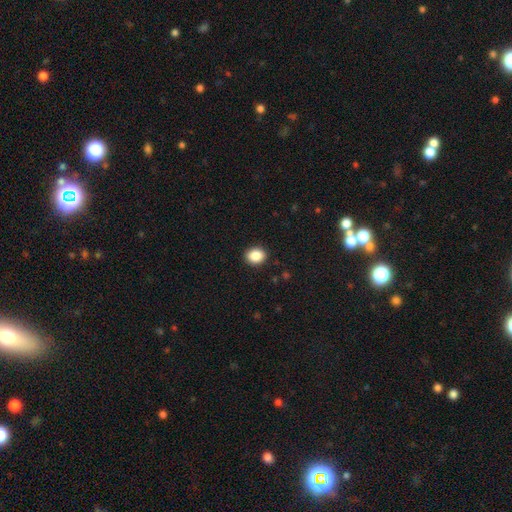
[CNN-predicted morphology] Q: Smooth or featured?
A: smooth (87%); runner-up: star or artifact (9%)
Q: How rounded?
A: round (61%); runner-up: in between (39%)
Q: Merging?
A: none (91%); runner-up: minor disturbance (6%)